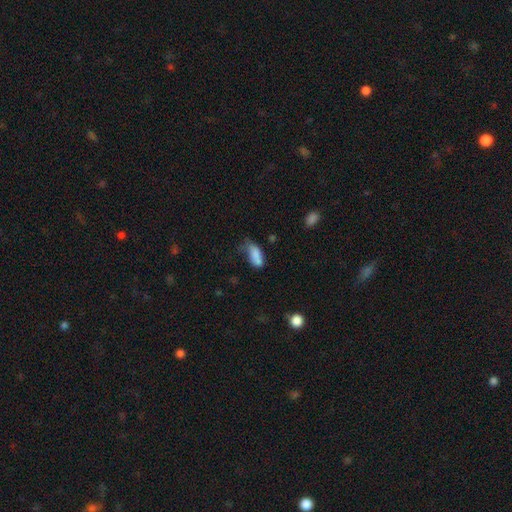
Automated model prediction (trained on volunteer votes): A smooth galaxy with no disk features (79%) that is in between round and cigar-shaped (82%).

Vote fractions:
- Smooth or featured? smooth: 79% / featured or disk: 12% / star or artifact: 9%
- How rounded? in between: 82% / cigar-shaped: 14% / round: 3%
- Merging? minor disturbance: 36% / none: 31% / major disturbance: 24% / merger: 9%